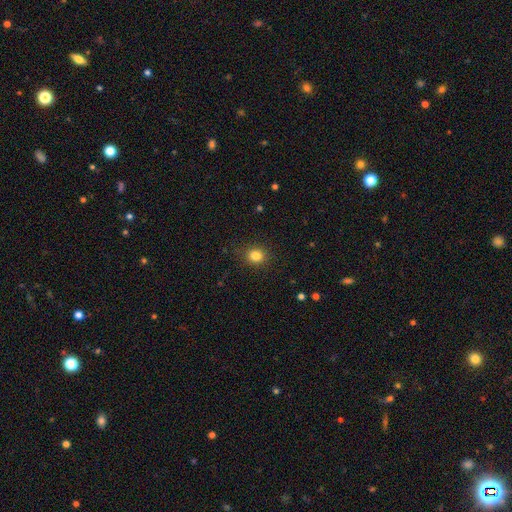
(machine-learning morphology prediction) The model was most divided on "how rounded": round: 75%, in between: 24%, cigar-shaped: 1%. More confident: merging — none (89%); smooth or featured — smooth (83%).